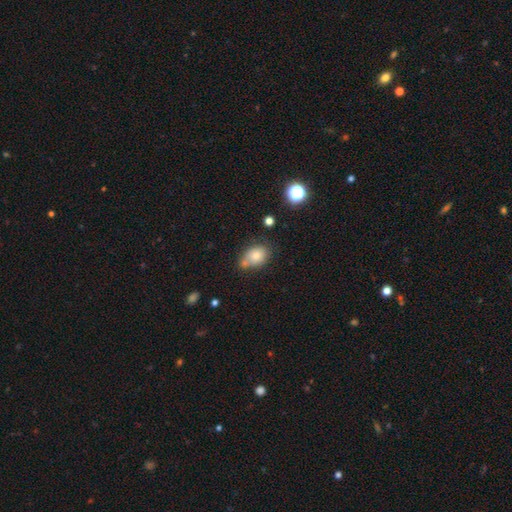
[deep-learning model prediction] The model was most divided on "merging": none: 50%, minor disturbance: 22%, merger: 22%, major disturbance: 6%. More confident: smooth or featured — smooth (76%); how rounded — in between (68%).